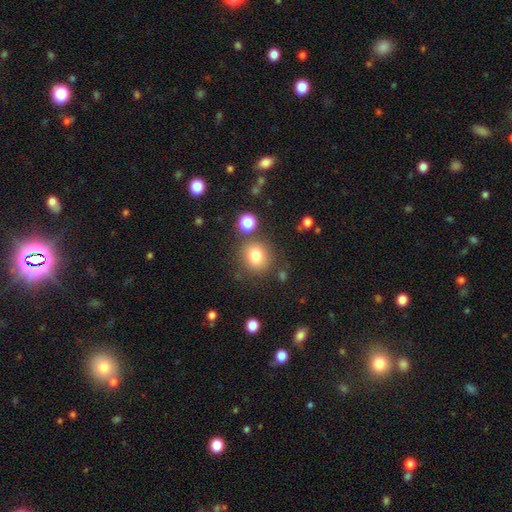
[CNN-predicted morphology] Q: Smooth or featured?
A: smooth (79%); runner-up: star or artifact (12%)
Q: How rounded?
A: round (83%); runner-up: in between (16%)
Q: Merging?
A: none (79%); runner-up: minor disturbance (10%)